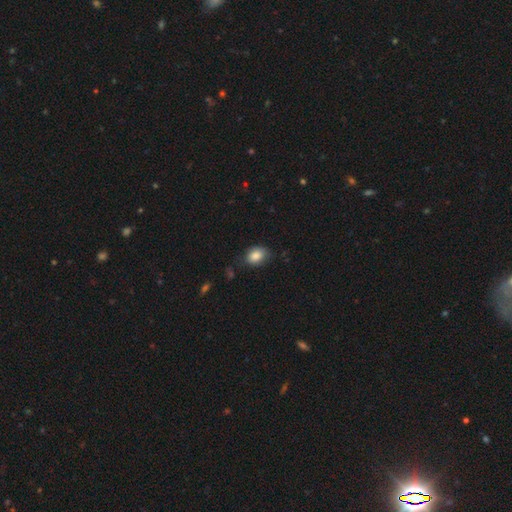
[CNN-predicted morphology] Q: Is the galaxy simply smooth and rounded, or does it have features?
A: smooth — 85%.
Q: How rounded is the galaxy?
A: in between — 70%.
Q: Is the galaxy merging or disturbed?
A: none — 70%.